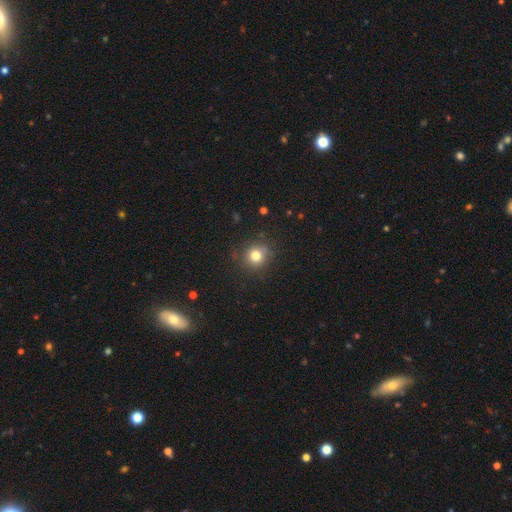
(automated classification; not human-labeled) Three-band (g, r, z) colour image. It shows a smooth galaxy with no disk features (80%) that is round (89%). Merging: none (84%).